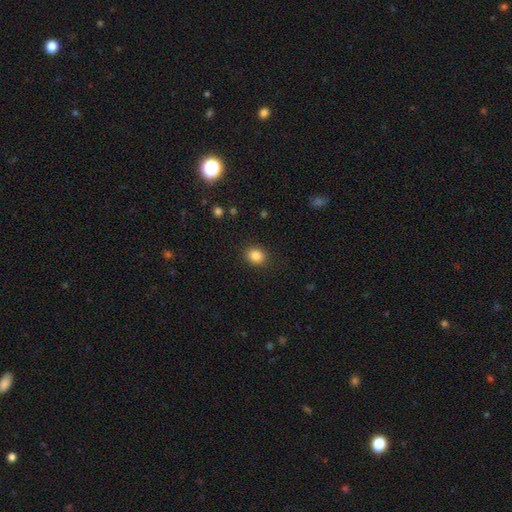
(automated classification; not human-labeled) smooth 86%, star or artifact 10%, featured or disk 4%. Down the decision tree: how rounded — round (61%); merging — none (89%).